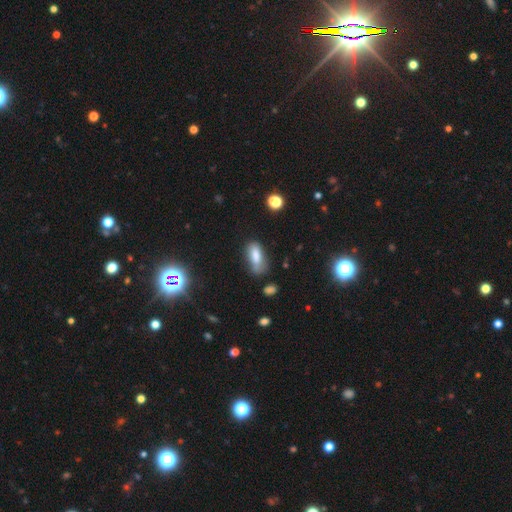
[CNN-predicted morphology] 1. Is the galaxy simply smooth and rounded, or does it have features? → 77% smooth, 12% featured or disk, 11% star or artifact.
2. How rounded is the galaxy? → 79% in between, 17% cigar-shaped, 3% round.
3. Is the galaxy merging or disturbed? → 48% none, 29% minor disturbance, 13% major disturbance, 10% merger.